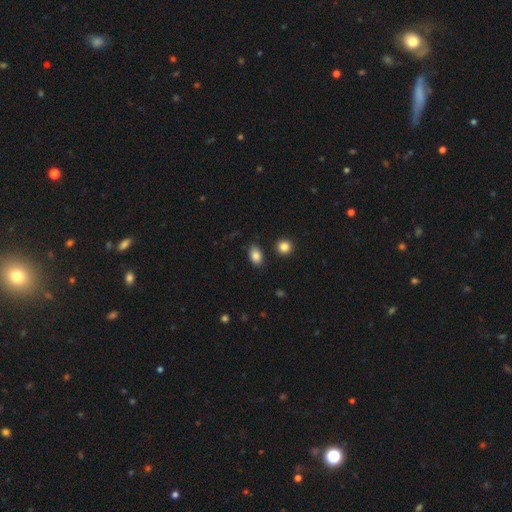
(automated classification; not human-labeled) This appears to be a smooth galaxy with no disk features (85%) that is in between round and cigar-shaped (83%). Merging: none (83%).